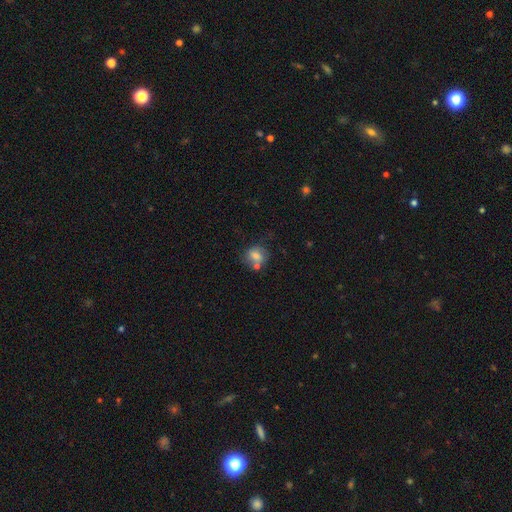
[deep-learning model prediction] Smooth or featured?
  - smooth: 71% *
  - featured or disk: 19%
  - star or artifact: 10%
How rounded?
  - round: 59% *
  - in between: 40%
  - cigar-shaped: 1%
Merging?
  - none: 51% *
  - merger: 25%
  - minor disturbance: 18%
  - major disturbance: 6%